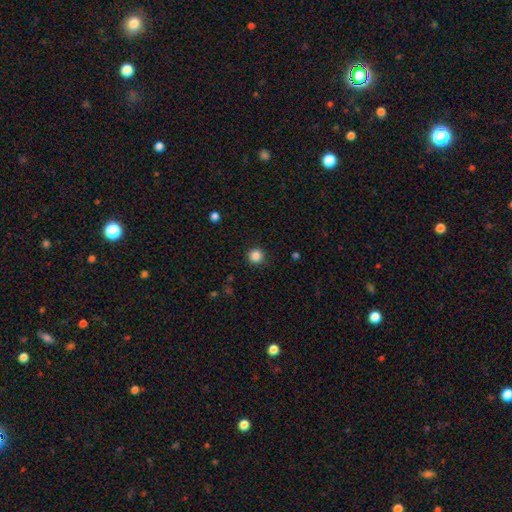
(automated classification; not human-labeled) Smooth or featured? Predicted: smooth (p=0.86). How rounded? Predicted: round (p=0.95). Merging? Predicted: none (p=0.92).